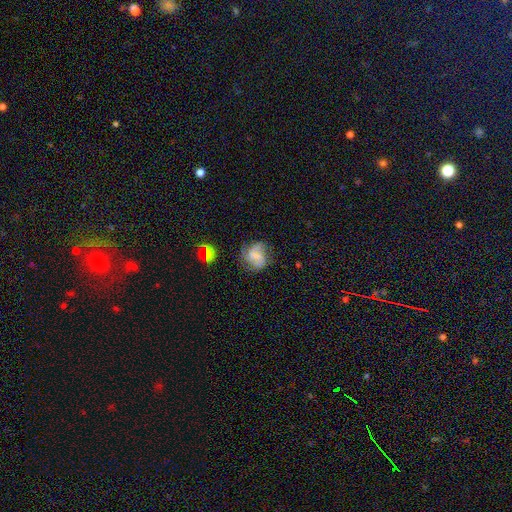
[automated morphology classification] Overall: featured or disk (55%; smooth 33%). Edge-on disk: no (98%). Bar: weak (42%; no 40%). Spiral arms: yes (83%). Bulge size: none (47%; small 28%). Merging: none (54%; minor disturbance 25%).